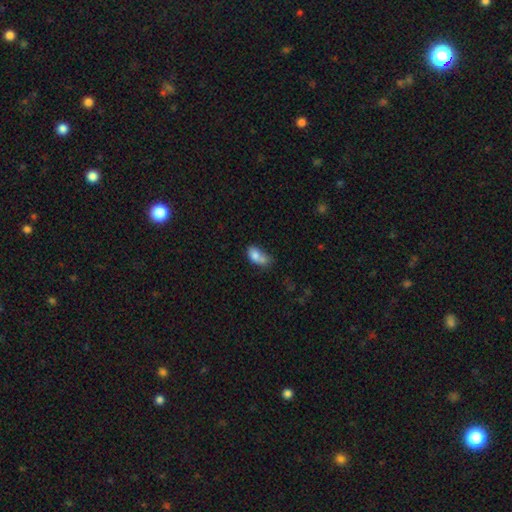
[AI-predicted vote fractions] Smooth or featured?
  - smooth: 75% *
  - featured or disk: 15%
  - star or artifact: 9%
How rounded?
  - in between: 82% *
  - round: 15%
  - cigar-shaped: 3%
Merging?
  - merger: 50% *
  - none: 23%
  - minor disturbance: 17%
  - major disturbance: 11%